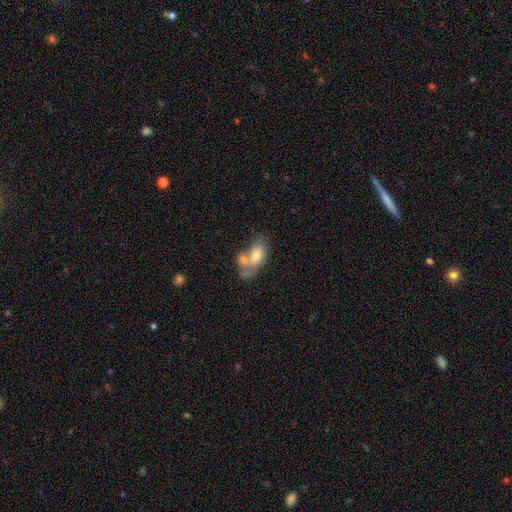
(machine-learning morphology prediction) The model was most divided on "merging": merger: 54%, none: 23%, minor disturbance: 14%, major disturbance: 9%. More confident: how rounded — in between (87%); smooth or featured — smooth (65%).